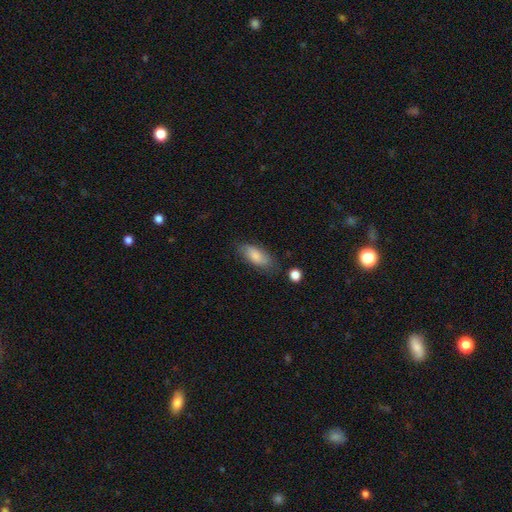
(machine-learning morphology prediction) smooth-or-featured: smooth: 83% | featured or disk: 10% | star or artifact: 7%
  how-rounded: in between: 85% | cigar-shaped: 13% | round: 2%
  merging: none: 74% | minor disturbance: 19% | major disturbance: 5% | merger: 3%